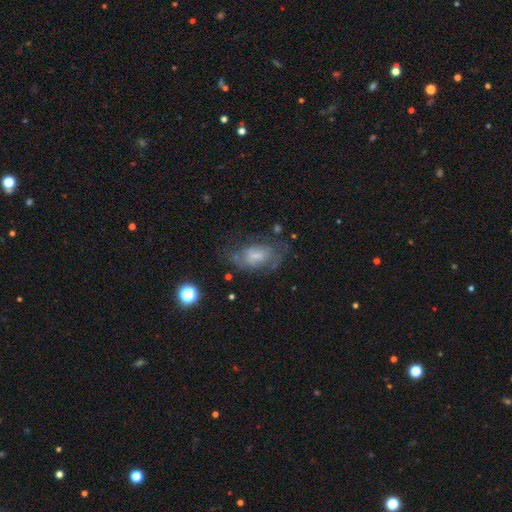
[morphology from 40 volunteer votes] smooth_or_featured: featured or disk (p=0.55) [alt: smooth p=0.35]
disk_edge_on: no (p=1.00)
bar: no (p=0.50) [alt: weak p=0.45]
has_spiral_arms: no (p=0.59) [alt: yes p=0.41]
bulge_size: moderate (p=0.50) [alt: none p=0.27]
merging: major disturbance (p=0.39) [alt: none p=0.31]